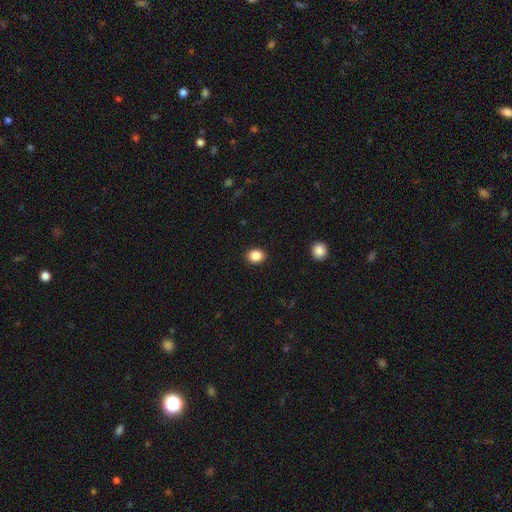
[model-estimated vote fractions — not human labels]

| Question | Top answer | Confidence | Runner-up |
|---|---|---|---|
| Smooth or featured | smooth | 87% | star or artifact (9%) |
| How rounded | round | 59% | in between (40%) |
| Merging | none | 91% | minor disturbance (6%) |